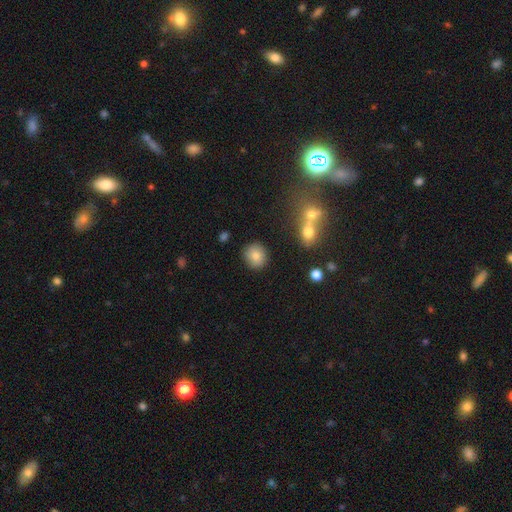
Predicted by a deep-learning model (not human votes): Smooth or featured? smooth (81%)
How rounded? round (84%)
Merging? none (86%)